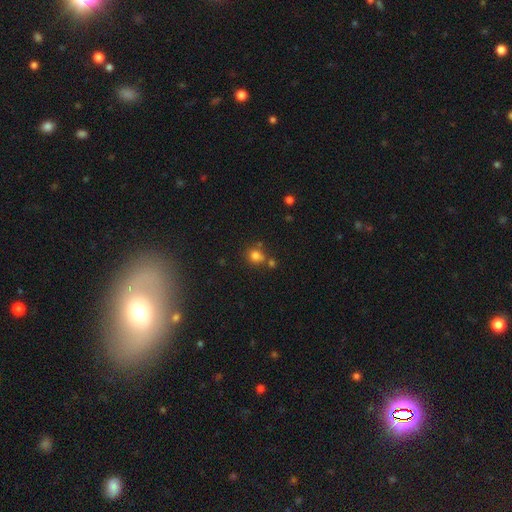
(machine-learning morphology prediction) A smooth galaxy with no disk features (77%) that is round (82%). Merging: none (61%).